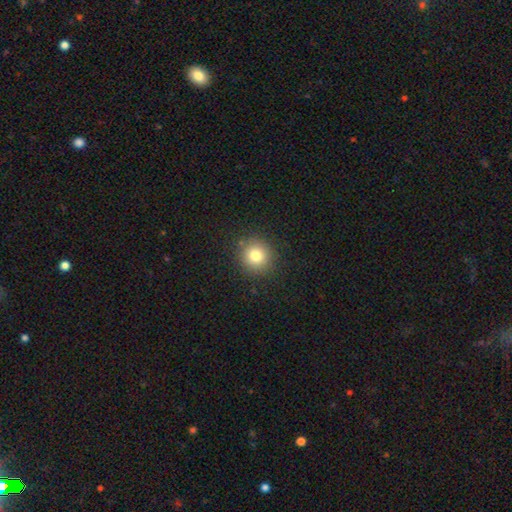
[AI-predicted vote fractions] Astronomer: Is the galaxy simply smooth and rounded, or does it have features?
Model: smooth — 79%.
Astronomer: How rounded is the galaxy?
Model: round — 92%.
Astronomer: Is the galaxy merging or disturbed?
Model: none — 88%.